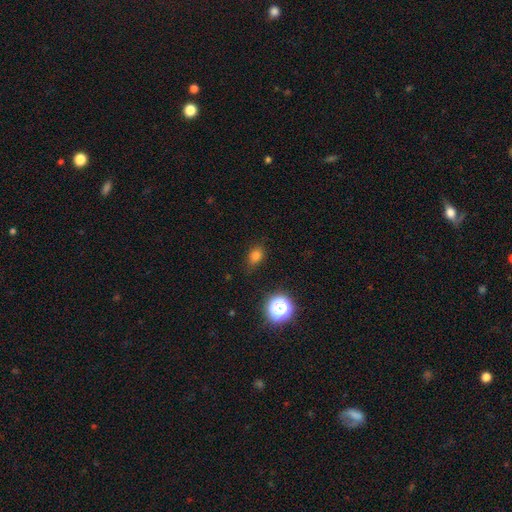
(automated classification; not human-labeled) Overall: smooth (77%). How rounded: in between (66%; round 32%). Merging: none (78%).